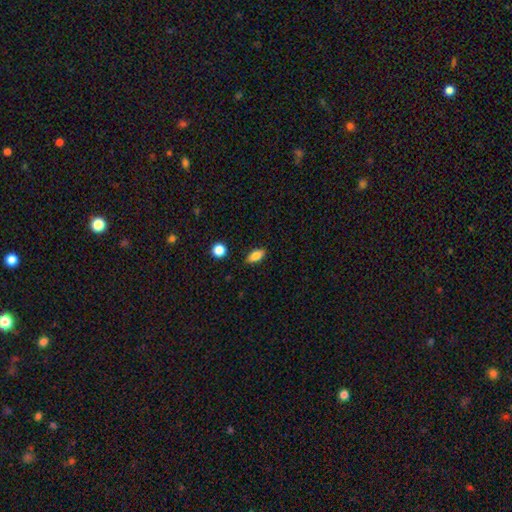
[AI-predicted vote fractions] smooth_or_featured: smooth (p=0.83) [alt: featured or disk p=0.09]
how_rounded: in between (p=0.84) [alt: cigar-shaped p=0.11]
merging: none (p=0.86) [alt: minor disturbance p=0.10]